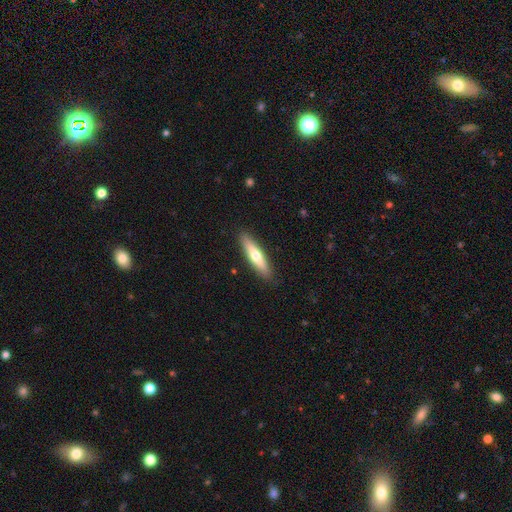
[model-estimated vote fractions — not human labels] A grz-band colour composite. It shows a smooth galaxy with no disk features (57%) that is cigar-shaped (79%). Merging: none (89%).